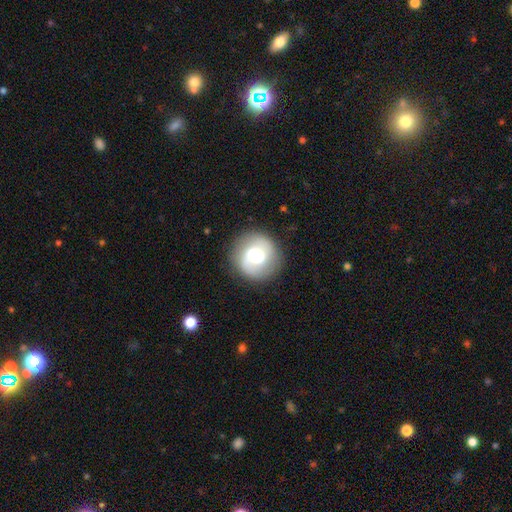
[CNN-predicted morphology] Smooth or featured: smooth — 47% (featured or disk — 45%)
Merging: none — 81% (minor disturbance — 12%)